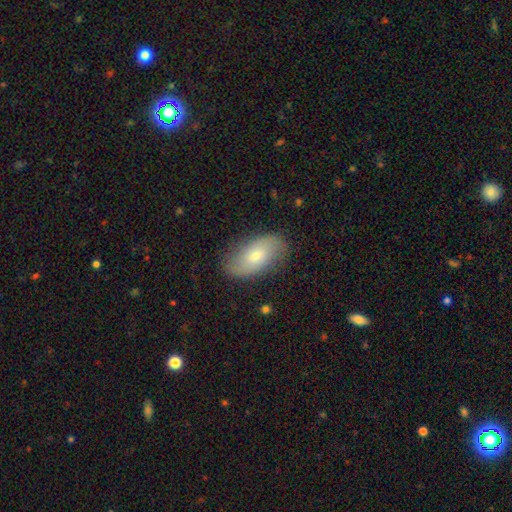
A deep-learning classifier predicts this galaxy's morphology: This appears to be a smooth galaxy with no disk features (59%) that is in between round and cigar-shaped (92%). Merging: none (82%).